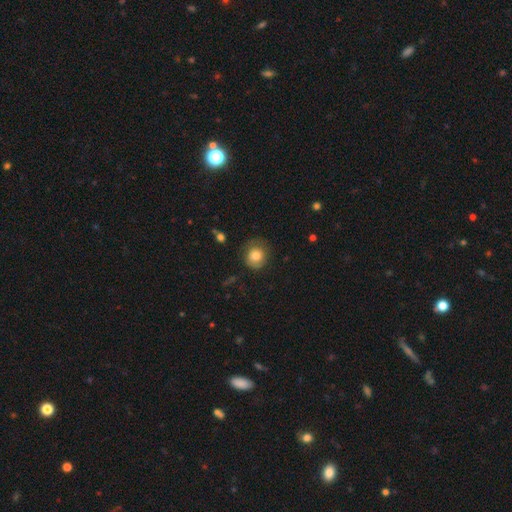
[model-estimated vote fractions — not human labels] Smooth or featured: smooth — 79% (featured or disk — 12%)
How rounded: round — 83% (in between — 16%)
Merging: none — 70% (minor disturbance — 21%)